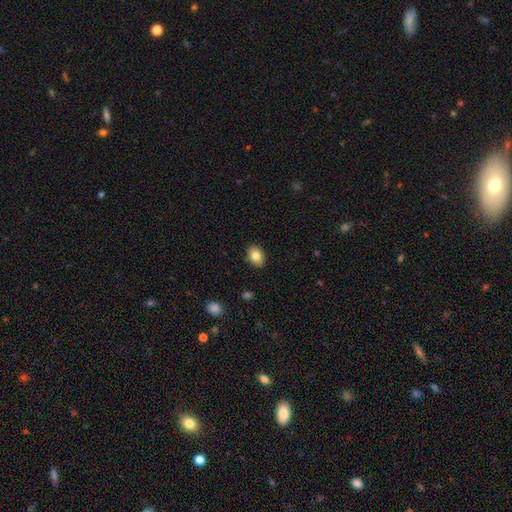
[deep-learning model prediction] Smooth or featured?
  - smooth: 82% *
  - featured or disk: 10%
  - star or artifact: 8%
How rounded?
  - in between: 74% *
  - round: 25%
  - cigar-shaped: 1%
Merging?
  - none: 89% *
  - minor disturbance: 9%
  - major disturbance: 2%
  - merger: 1%